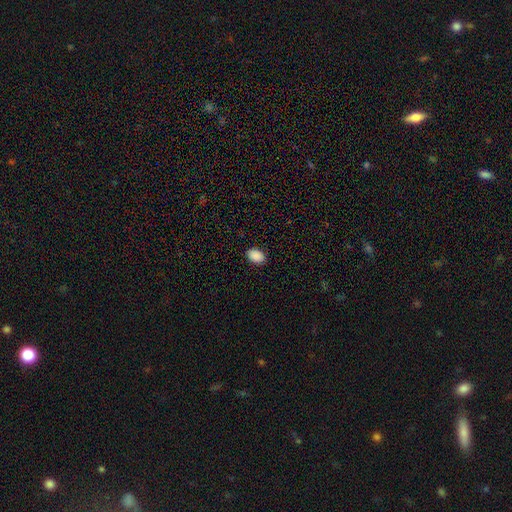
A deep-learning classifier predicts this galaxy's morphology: Smooth or featured? smooth (90%)
How rounded? in between (82%)
Merging? none (89%)